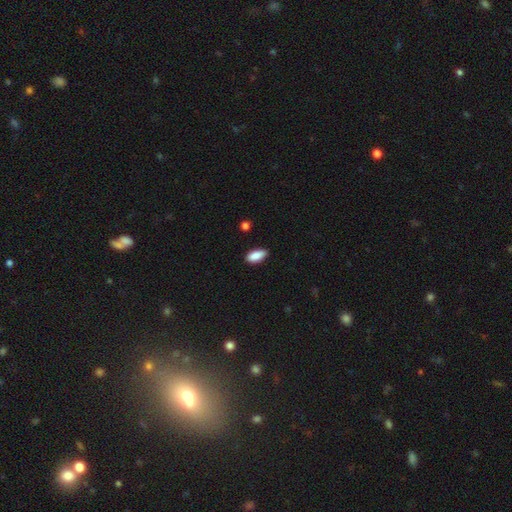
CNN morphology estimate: smooth_or_featured: smooth (p=0.88) [alt: star or artifact p=0.07]
how_rounded: in between (p=0.87) [alt: cigar-shaped p=0.11]
merging: none (p=0.81) [alt: minor disturbance p=0.15]